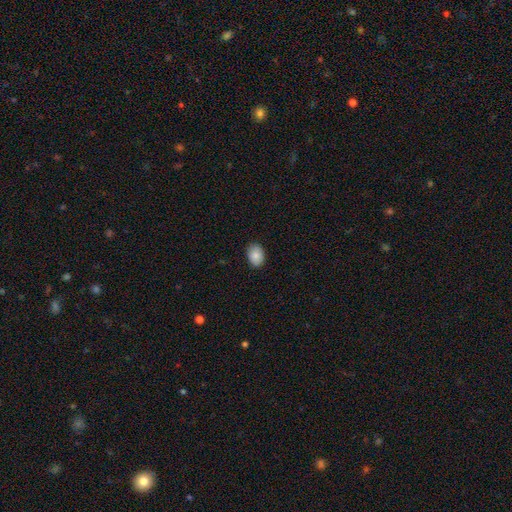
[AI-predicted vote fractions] This is clearly a smooth galaxy (86%). How rounded: likely in between (77%). Merging: clearly none (87%).